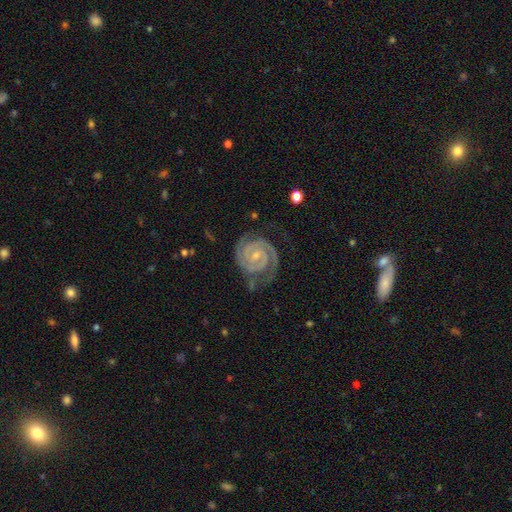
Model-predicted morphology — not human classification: A featured or disk galaxy (93%) with no bar (48%), 2 (80%) tight (78%) spiral arms (99%) and a small central bulge (68%).

Vote fractions:
- Smooth or featured? featured or disk: 93% / star or artifact: 4% / smooth: 3%
- Edge-on disk? no: 98% / yes: 2%
- Bar? no: 48% / weak: 38% / strong: 13%
- Spiral arms? yes: 99% / no: 1%
- Spiral winding? tight: 78% / medium: 20% / loose: 2%
- Spiral arm count? 2: 80% / 3: 10% / can't tell: 3% / 4: 2% / 1: 2% / more than 4: 2%
- Bulge size? small: 68% / moderate: 27% / none: 4% / large: 1% / dominant: 1%
- Merging? none: 73% / minor disturbance: 18% / major disturbance: 7% / merger: 2%